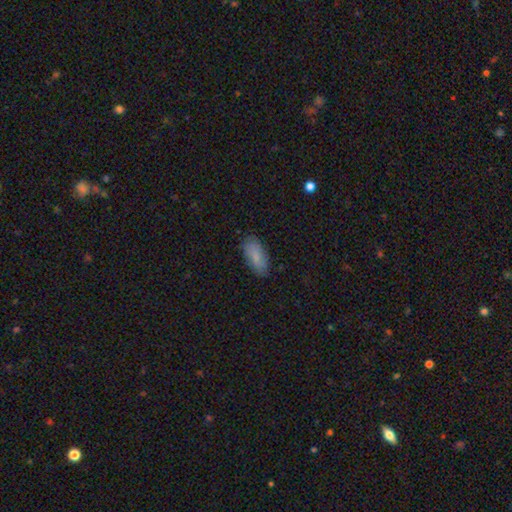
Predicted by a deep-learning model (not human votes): Smooth or featured?
  - smooth: 84% *
  - featured or disk: 10%
  - star or artifact: 7%
How rounded?
  - in between: 87% *
  - cigar-shaped: 11%
  - round: 2%
Merging?
  - none: 81% *
  - minor disturbance: 15%
  - major disturbance: 3%
  - merger: 1%